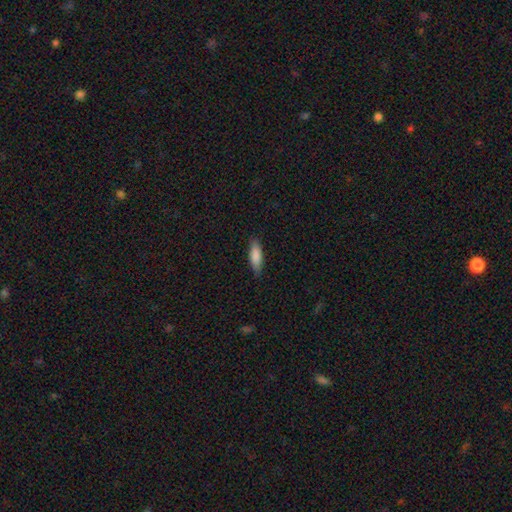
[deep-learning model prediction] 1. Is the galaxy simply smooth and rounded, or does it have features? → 85% smooth, 9% featured or disk, 6% star or artifact.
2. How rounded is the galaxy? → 50% cigar-shaped, 49% in between, 2% round.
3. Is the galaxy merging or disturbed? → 83% none, 14% minor disturbance, 2% major disturbance, 1% merger.